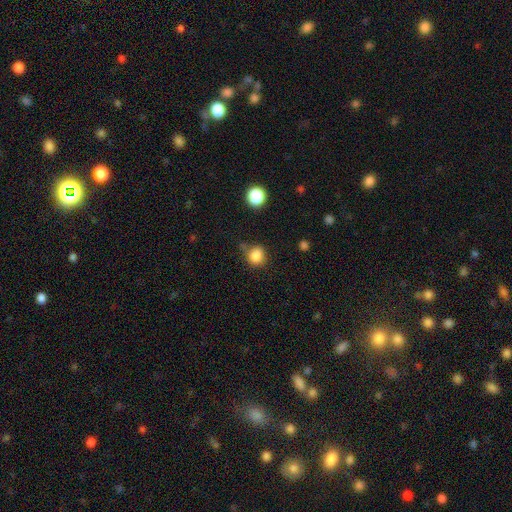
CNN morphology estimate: smooth 85%, star or artifact 11%, featured or disk 4%. Down the decision tree: how rounded — round (80%); merging — none (67%).